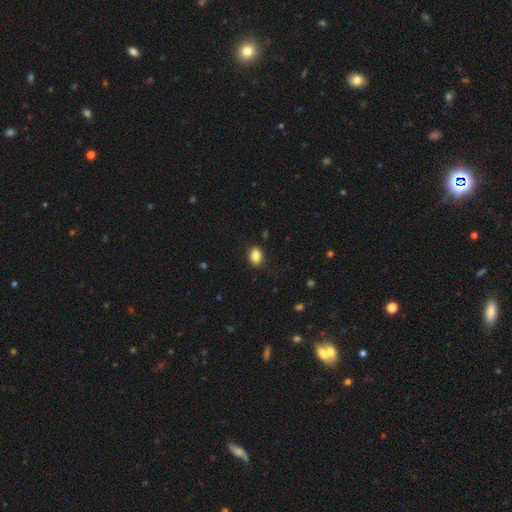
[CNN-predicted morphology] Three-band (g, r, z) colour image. It shows a smooth galaxy with no disk features (86%) that is in between round and cigar-shaped (70%). Merging: none (84%).